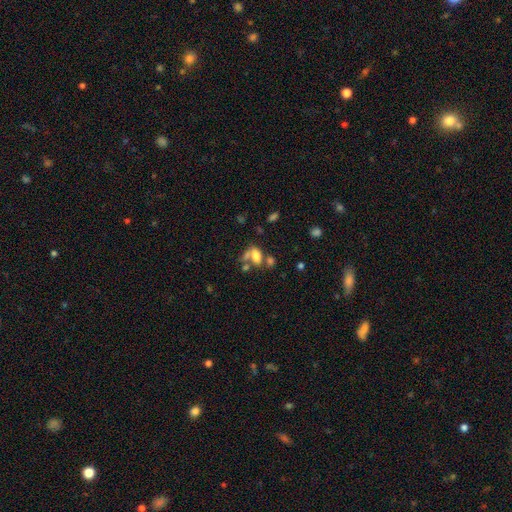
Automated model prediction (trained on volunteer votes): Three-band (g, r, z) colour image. It shows a smooth galaxy with no disk features (69%) that is in between round and cigar-shaped (84%). Merging: merger (42%).